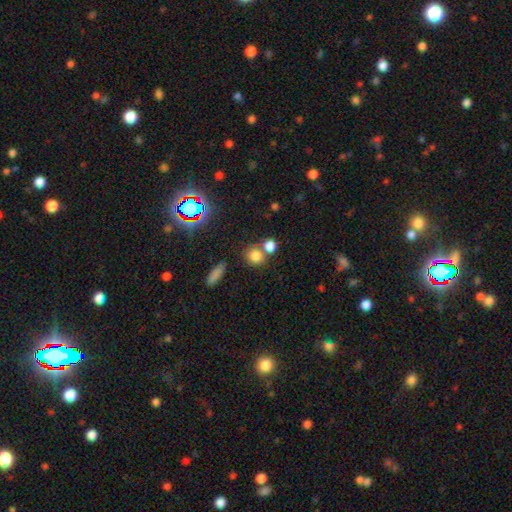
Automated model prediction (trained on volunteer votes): smooth 78%, star or artifact 15%, featured or disk 7%. Down the decision tree: how rounded — round (80%); merging — none (57%).